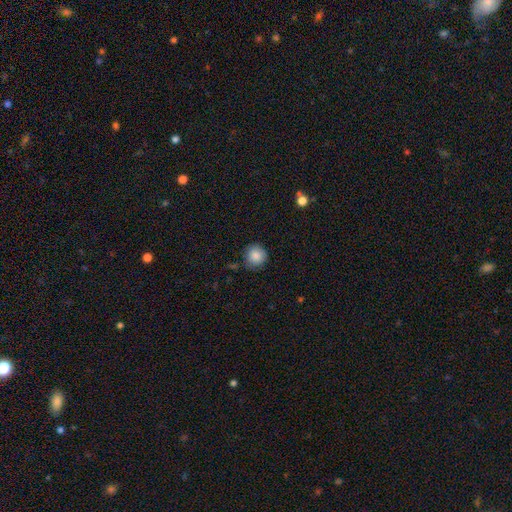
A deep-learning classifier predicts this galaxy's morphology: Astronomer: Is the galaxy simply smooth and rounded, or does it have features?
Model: smooth — 87%.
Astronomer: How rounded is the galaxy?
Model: round — 93%.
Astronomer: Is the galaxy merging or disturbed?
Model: none — 83%.